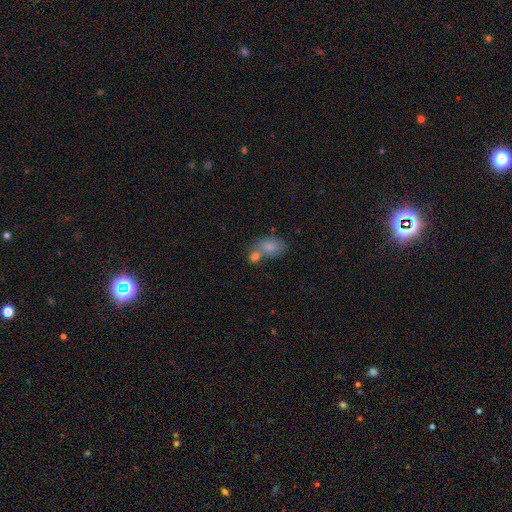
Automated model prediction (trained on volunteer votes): Q: Smooth or featured?
A: smooth (77%); runner-up: featured or disk (12%)
Q: How rounded?
A: in between (74%); runner-up: round (24%)
Q: Merging?
A: merger (44%); runner-up: none (40%)